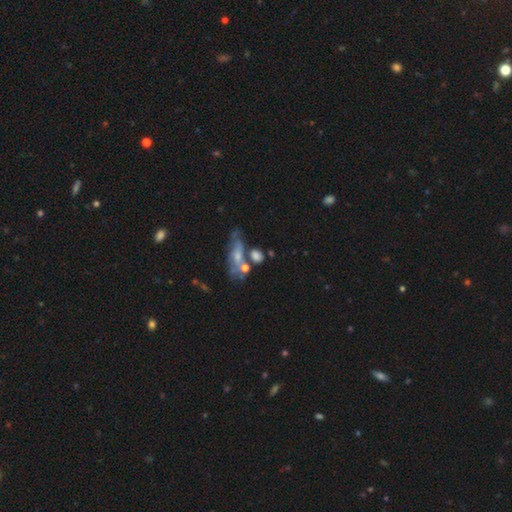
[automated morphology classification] This is likely a smooth galaxy (63%). How rounded: possibly in between (58%). Merging: marginally none (37%).